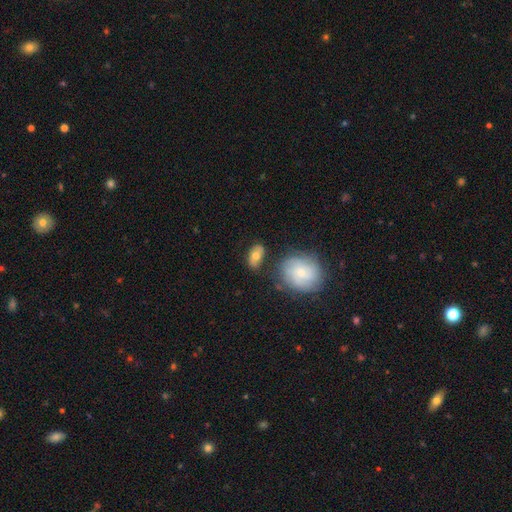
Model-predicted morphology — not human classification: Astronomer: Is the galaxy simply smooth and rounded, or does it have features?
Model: smooth — 64%.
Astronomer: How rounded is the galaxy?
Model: in between — 85%.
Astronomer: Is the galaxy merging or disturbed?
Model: none — 69%.